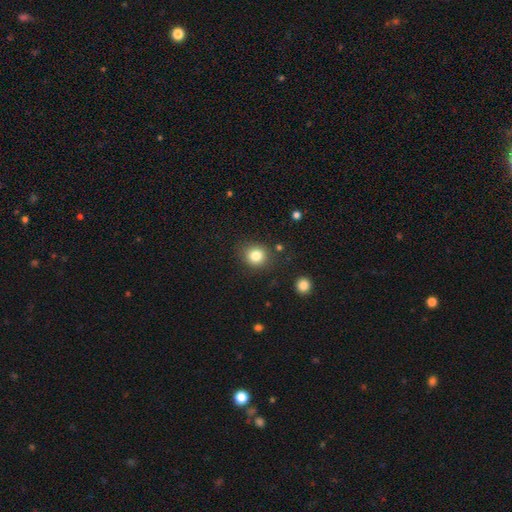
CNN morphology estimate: Smooth or featured? smooth (83%)
How rounded? round (80%)
Merging? none (82%)